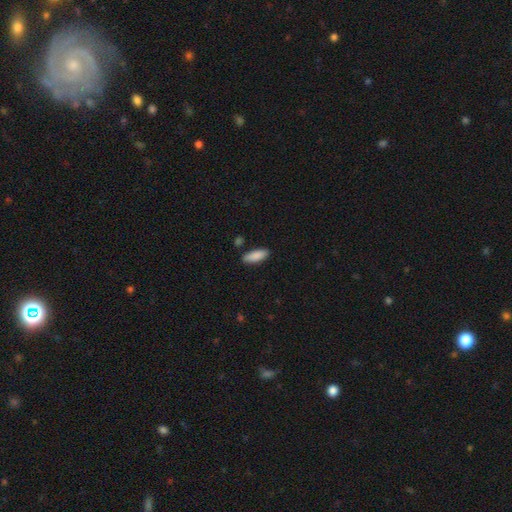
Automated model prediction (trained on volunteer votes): smooth-or-featured: smooth: 89% | star or artifact: 6% | featured or disk: 5%
  how-rounded: in between: 68% | cigar-shaped: 31% | round: 2%
  merging: none: 85% | minor disturbance: 10% | merger: 3% | major disturbance: 2%